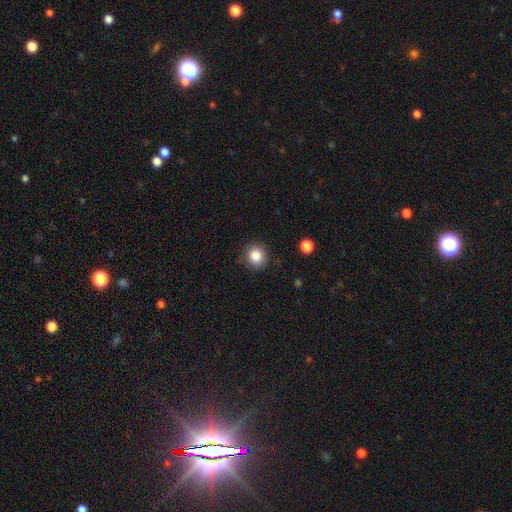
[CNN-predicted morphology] Smooth or featured? Predicted: smooth (p=0.85). How rounded? Predicted: round (p=0.86). Merging? Predicted: none (p=0.87).